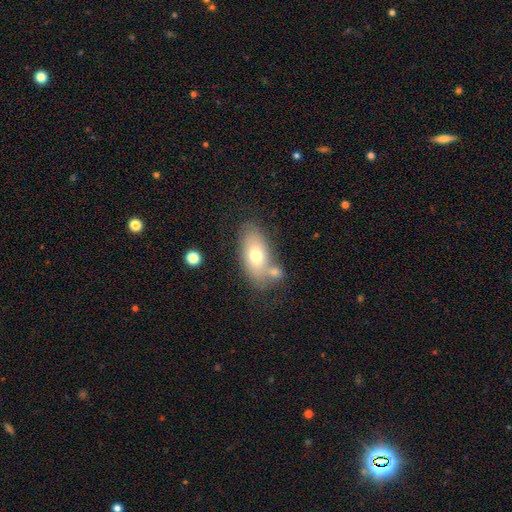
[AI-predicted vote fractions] Morphology: type=smooth (67%); roundness=in between (89%); merging=none (53%).